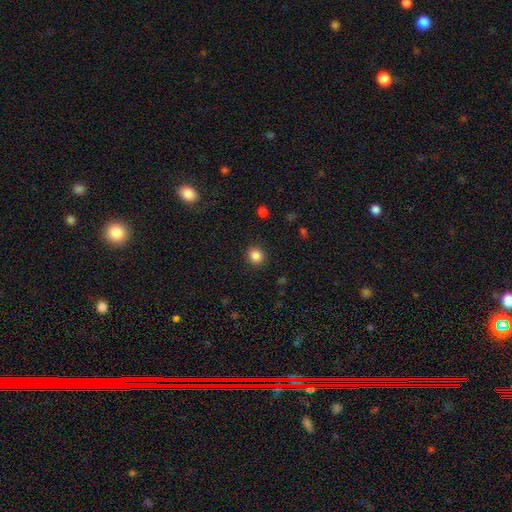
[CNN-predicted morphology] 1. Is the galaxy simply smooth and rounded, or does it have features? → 85% smooth, 11% star or artifact, 4% featured or disk.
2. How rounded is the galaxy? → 89% round, 10% in between, 1% cigar-shaped.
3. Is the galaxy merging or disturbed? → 91% none, 6% minor disturbance, 2% major disturbance, 1% merger.